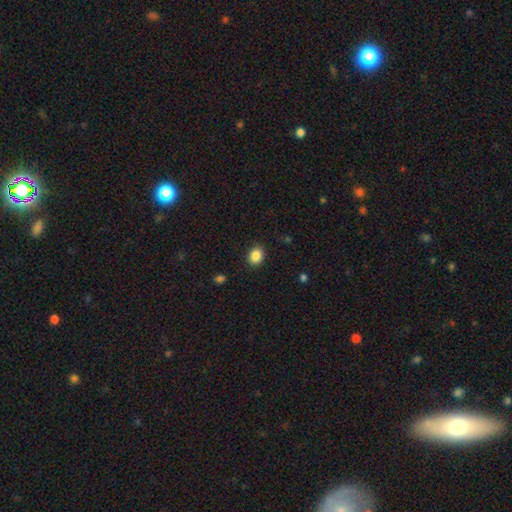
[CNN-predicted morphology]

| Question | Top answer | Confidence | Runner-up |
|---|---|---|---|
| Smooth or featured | smooth | 87% | star or artifact (9%) |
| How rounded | in between | 55% | round (44%) |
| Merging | none | 89% | minor disturbance (8%) |